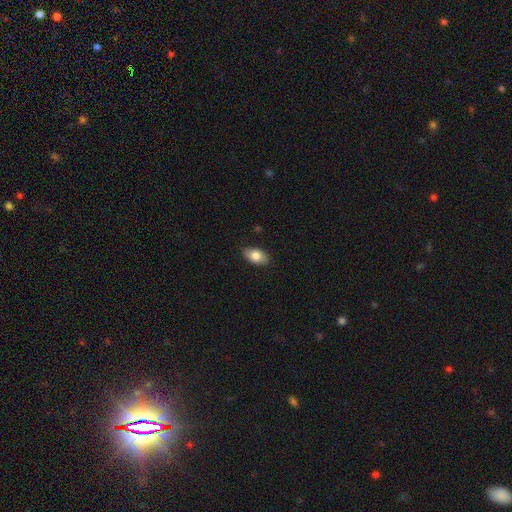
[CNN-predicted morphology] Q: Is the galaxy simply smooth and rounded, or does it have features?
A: smooth — 82%.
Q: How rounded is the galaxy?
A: in between — 92%.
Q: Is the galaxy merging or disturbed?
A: none — 86%.